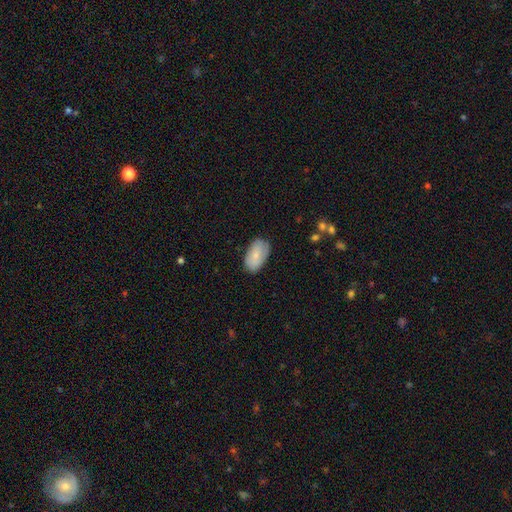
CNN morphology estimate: smooth_or_featured: smooth (p=0.79) [alt: featured or disk p=0.15]
how_rounded: in between (p=0.94) [alt: round p=0.04]
merging: none (p=0.77) [alt: minor disturbance p=0.18]